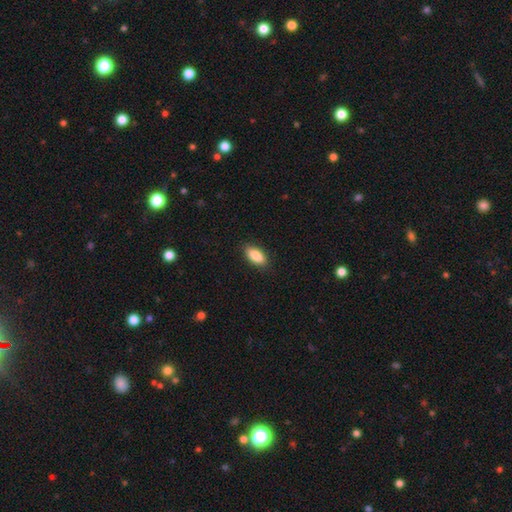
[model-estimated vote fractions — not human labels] smooth 87%, star or artifact 7%, featured or disk 6%. Down the decision tree: how rounded — in between (86%); merging — none (88%).